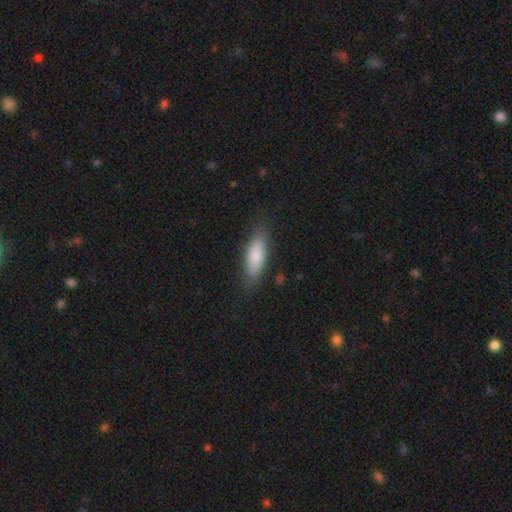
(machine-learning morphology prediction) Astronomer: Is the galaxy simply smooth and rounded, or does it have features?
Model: smooth — 83%.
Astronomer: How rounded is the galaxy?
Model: in between — 65%.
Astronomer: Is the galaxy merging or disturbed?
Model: none — 80%.